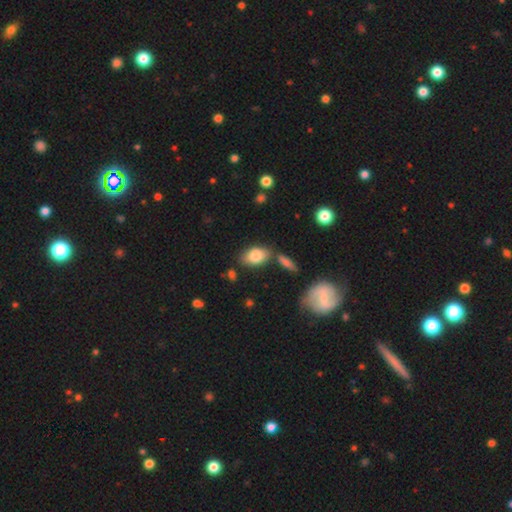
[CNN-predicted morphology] smooth_or_featured: smooth (p=0.81) [alt: featured or disk p=0.12]
how_rounded: in between (p=0.91) [alt: round p=0.06]
merging: none (p=0.71) [alt: minor disturbance p=0.15]